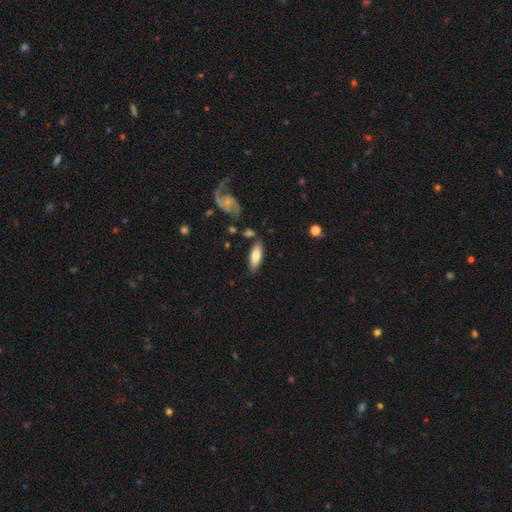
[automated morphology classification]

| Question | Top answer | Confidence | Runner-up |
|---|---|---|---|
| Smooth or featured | smooth | 69% | featured or disk (25%) |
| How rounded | in between | 72% | cigar-shaped (26%) |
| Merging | none | 76% | minor disturbance (15%) |